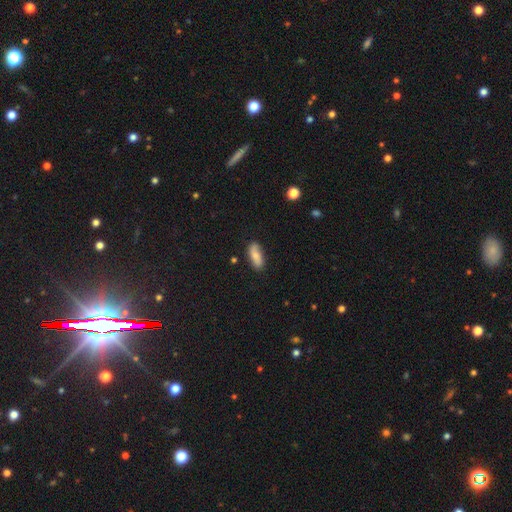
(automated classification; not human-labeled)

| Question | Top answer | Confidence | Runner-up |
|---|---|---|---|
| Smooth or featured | smooth | 73% | featured or disk (20%) |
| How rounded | in between | 77% | cigar-shaped (21%) |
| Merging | none | 81% | minor disturbance (14%) |